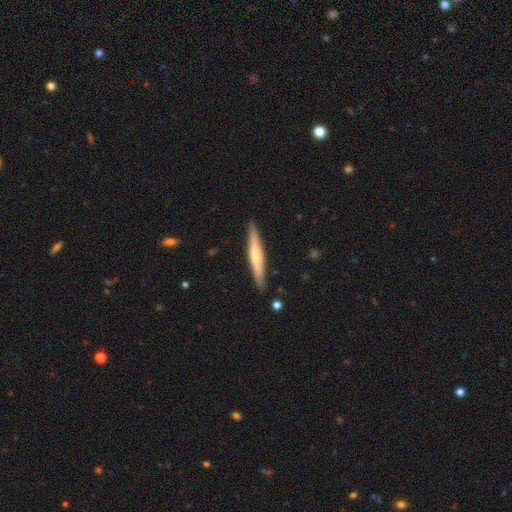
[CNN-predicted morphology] A smooth galaxy with no disk features (50%).

Vote fractions:
- Smooth or featured? smooth: 50% / featured or disk: 45% / star or artifact: 5%
- Merging? none: 90% / minor disturbance: 8% / major disturbance: 1% / merger: 1%